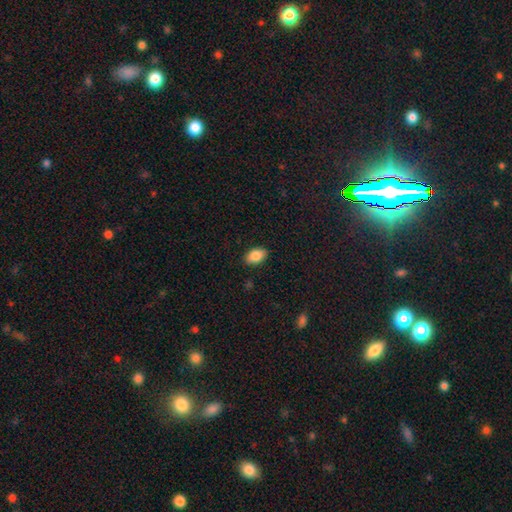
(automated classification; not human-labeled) This is clearly a smooth galaxy (87%). How rounded: clearly in between (91%). Merging: clearly none (88%).